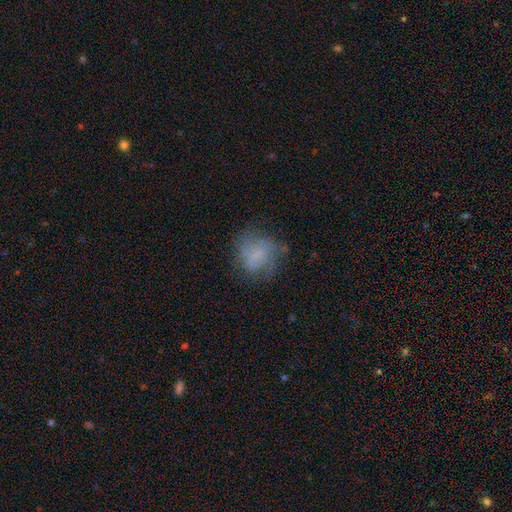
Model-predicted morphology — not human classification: This is possibly a smooth galaxy (51%). How rounded: likely round (72%). Merging: possibly none (56%).